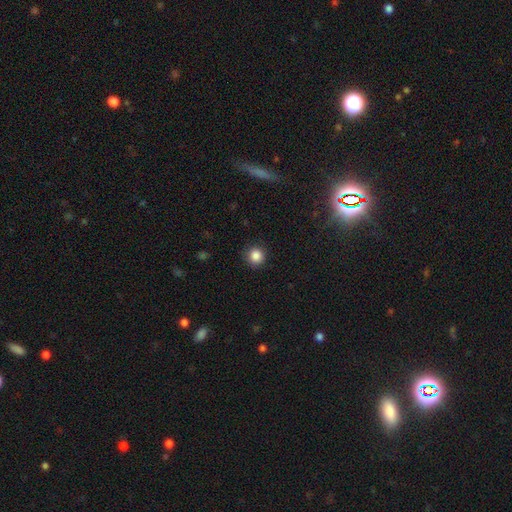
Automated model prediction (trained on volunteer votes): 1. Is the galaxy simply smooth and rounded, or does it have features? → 86% smooth, 11% star or artifact, 3% featured or disk.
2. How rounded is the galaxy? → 94% round, 5% in between, 1% cigar-shaped.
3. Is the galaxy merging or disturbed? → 89% none, 8% minor disturbance, 2% major disturbance, 1% merger.